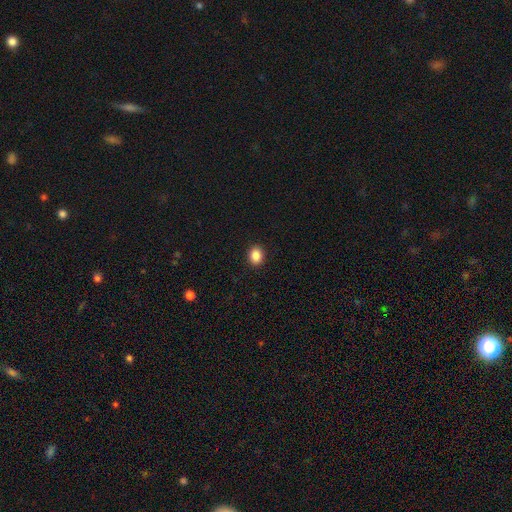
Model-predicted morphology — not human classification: A smooth galaxy with no disk features (88%) that is in between round and cigar-shaped (50%).

Vote fractions:
- Smooth or featured? smooth: 88% / star or artifact: 9% / featured or disk: 3%
- How rounded? in between: 50% / round: 49% / cigar-shaped: 1%
- Merging? none: 91% / minor disturbance: 6% / major disturbance: 2% / merger: 1%